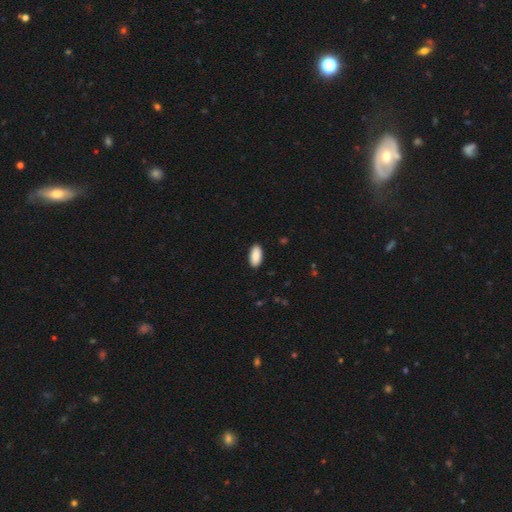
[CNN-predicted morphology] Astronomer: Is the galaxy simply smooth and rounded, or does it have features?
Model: smooth — 89%.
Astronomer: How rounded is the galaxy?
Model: in between — 93%.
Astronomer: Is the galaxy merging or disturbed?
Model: none — 90%.